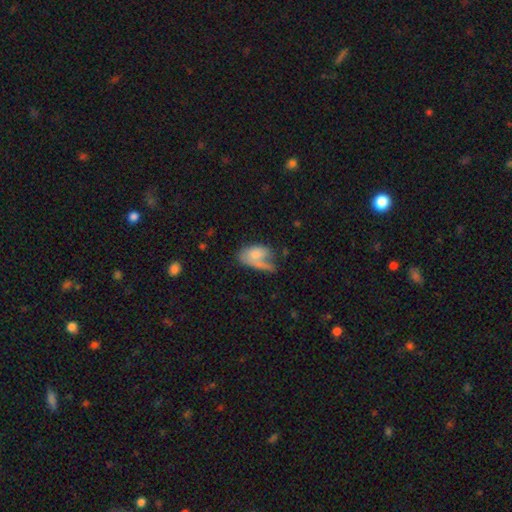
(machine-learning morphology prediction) smooth 67%, featured or disk 25%, star or artifact 8%. Down the decision tree: how rounded — in between (88%); merging — none (35%).